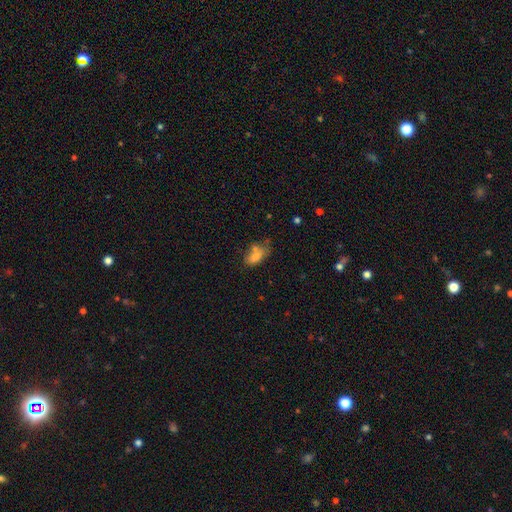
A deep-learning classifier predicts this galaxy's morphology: Smooth or featured? Predicted: smooth (p=0.75). How rounded? Predicted: in between (p=0.87). Merging? Predicted: none (p=0.40).